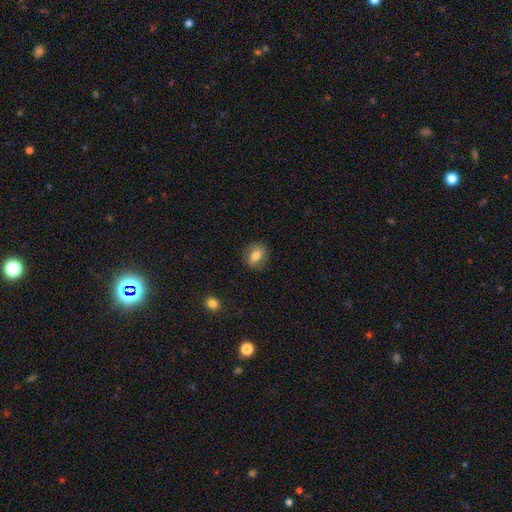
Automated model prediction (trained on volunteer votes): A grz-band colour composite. It shows a smooth galaxy with no disk features (66%) that is in between round and cigar-shaped (62%). Merging: none (82%).